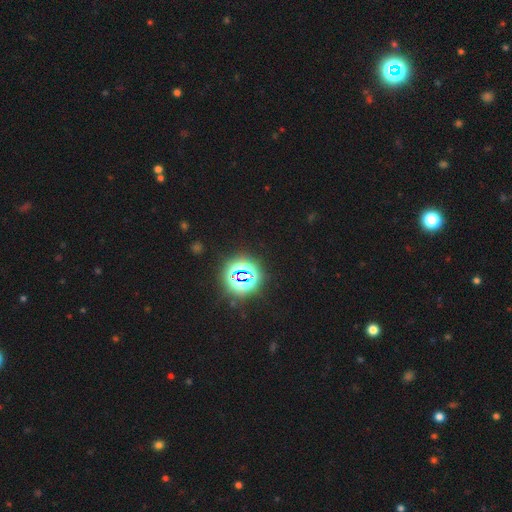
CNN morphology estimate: This is clearly a star or artifact rather than a galaxy (81%).